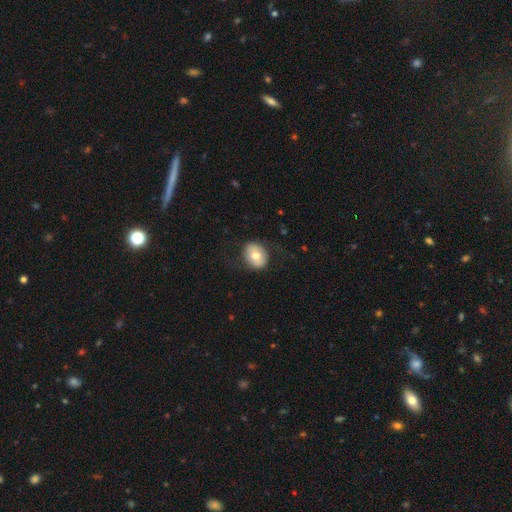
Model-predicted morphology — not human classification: This is likely a smooth galaxy (66%). How rounded: possibly round (52%). Merging: likely none (77%).